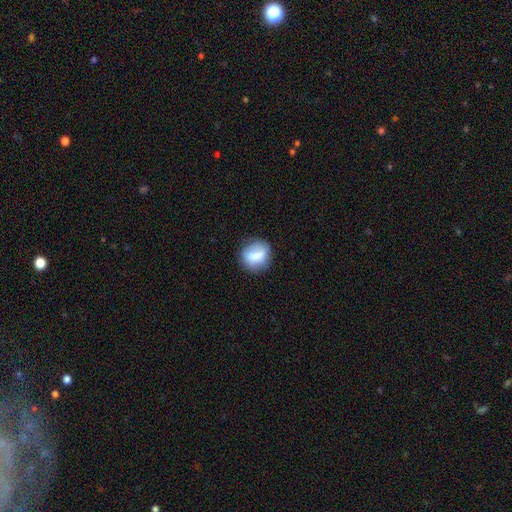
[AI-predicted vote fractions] Smooth or featured? smooth (74%)
How rounded? round (72%)
Merging? none (67%)